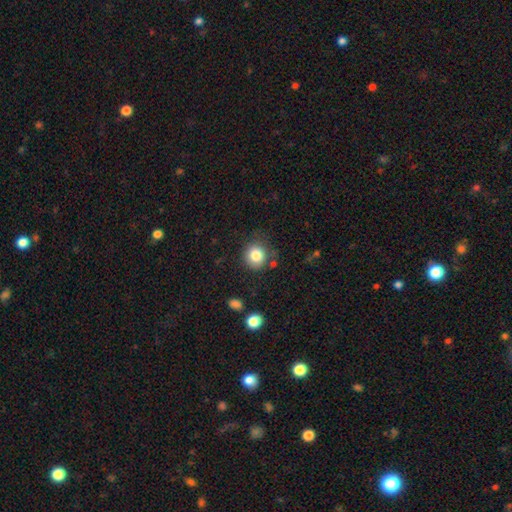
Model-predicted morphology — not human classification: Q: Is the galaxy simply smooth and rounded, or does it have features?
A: smooth — 83%.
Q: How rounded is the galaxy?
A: round — 87%.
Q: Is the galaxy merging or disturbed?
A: none — 80%.